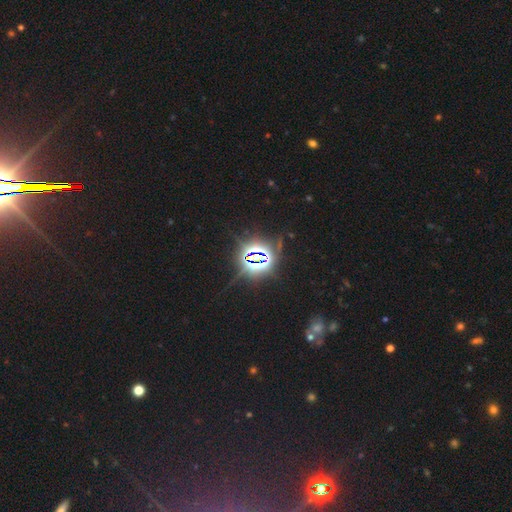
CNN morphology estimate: smooth_or_featured: star or artifact (p=0.84) [alt: smooth p=0.09]